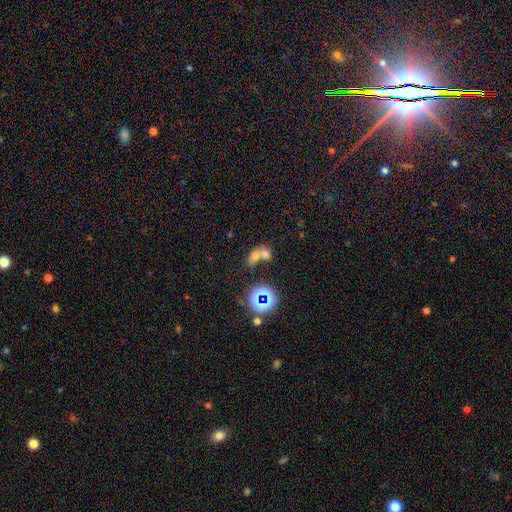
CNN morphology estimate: Smooth or featured? smooth (60%)
How rounded? in between (66%)
Merging? merger (64%)